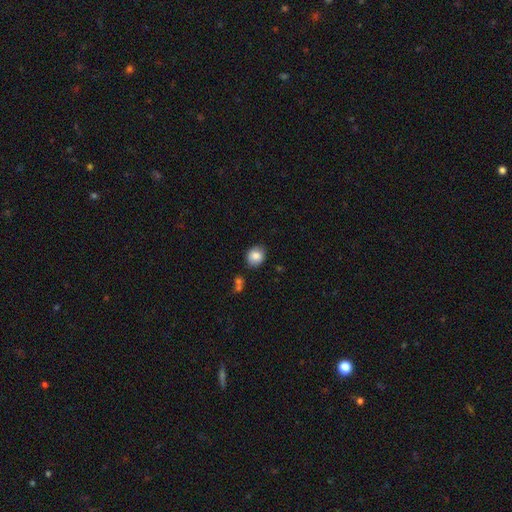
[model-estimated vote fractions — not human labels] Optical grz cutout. It shows a smooth galaxy with no disk features (84%) that is round (59%). Merging: none (81%).